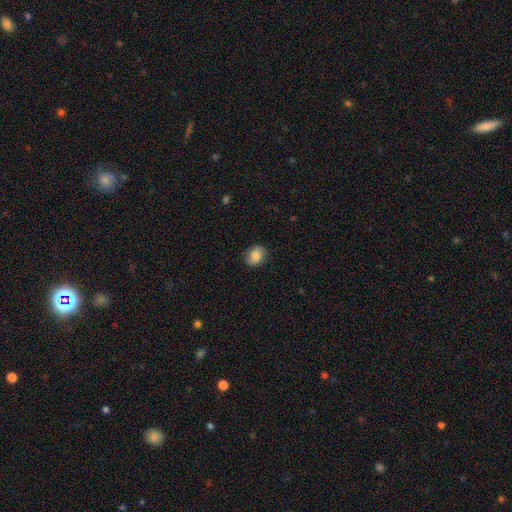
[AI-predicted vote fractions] Morphology: type=smooth (80%); roundness=round (55%); merging=none (84%).